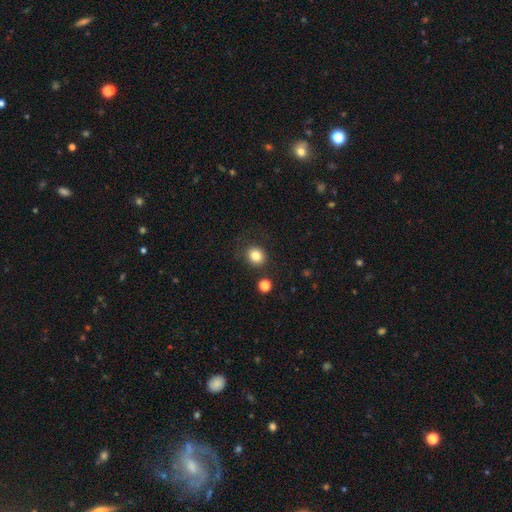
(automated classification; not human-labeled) Morphology: type=smooth (83%); roundness=round (77%); merging=none (83%).